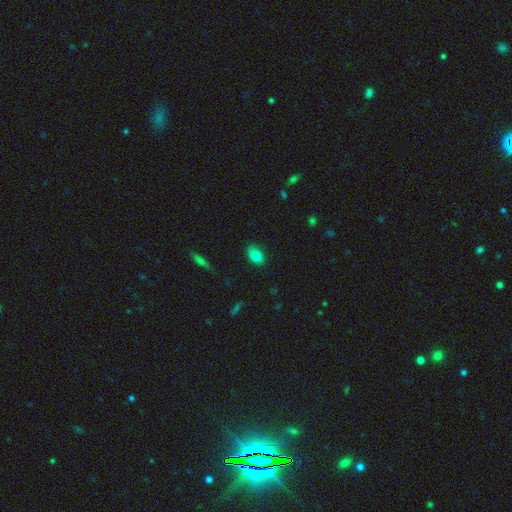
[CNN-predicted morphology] Smooth or featured?
  - smooth: 82% *
  - star or artifact: 9%
  - featured or disk: 9%
How rounded?
  - in between: 85% *
  - round: 13%
  - cigar-shaped: 2%
Merging?
  - none: 84% *
  - minor disturbance: 12%
  - major disturbance: 2%
  - merger: 1%